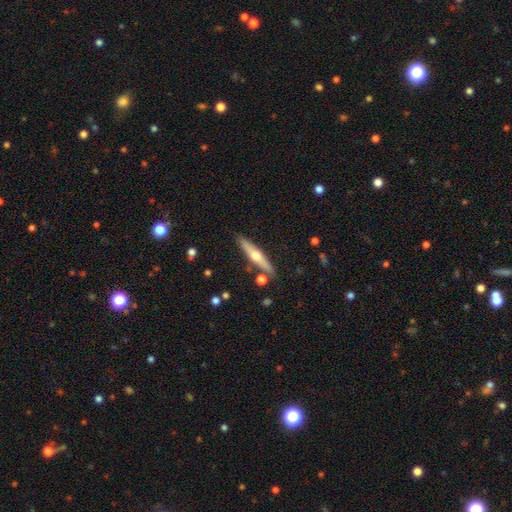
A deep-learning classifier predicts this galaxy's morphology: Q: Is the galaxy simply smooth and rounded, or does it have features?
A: featured or disk — 58%.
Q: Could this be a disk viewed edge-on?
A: yes — 93%.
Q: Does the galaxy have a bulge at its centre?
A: rounded — 92%.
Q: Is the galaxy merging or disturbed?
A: none — 85%.